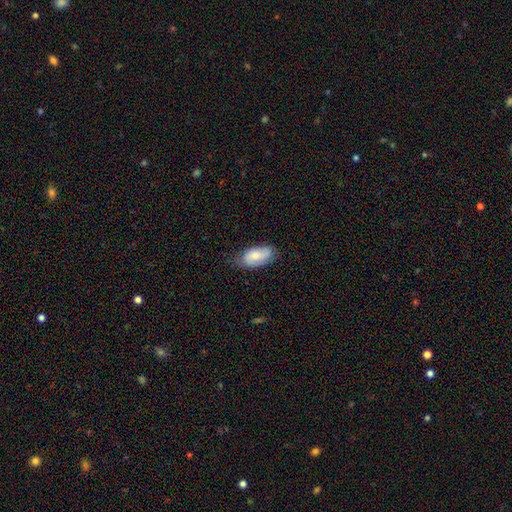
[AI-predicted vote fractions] A smooth galaxy with no disk features (65%) that is in between round and cigar-shaped (93%).

Vote fractions:
- Smooth or featured? smooth: 65% / featured or disk: 29% / star or artifact: 6%
- How rounded? in between: 93% / cigar-shaped: 4% / round: 3%
- Merging? none: 68% / minor disturbance: 25% / major disturbance: 5% / merger: 1%